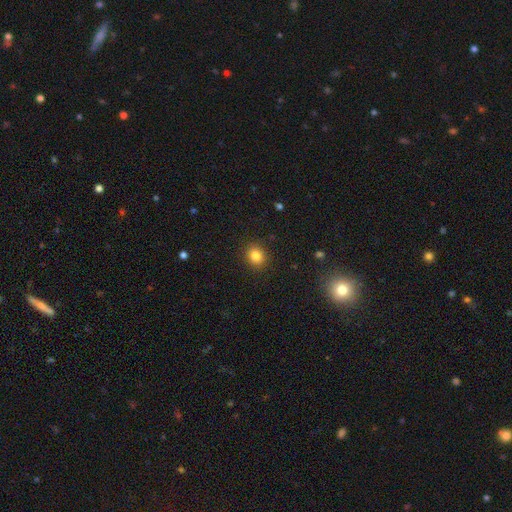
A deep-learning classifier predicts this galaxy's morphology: Smooth or featured?
  - smooth: 84% *
  - star or artifact: 11%
  - featured or disk: 5%
How rounded?
  - round: 71% *
  - in between: 28%
  - cigar-shaped: 1%
Merging?
  - none: 90% *
  - minor disturbance: 7%
  - major disturbance: 2%
  - merger: 1%